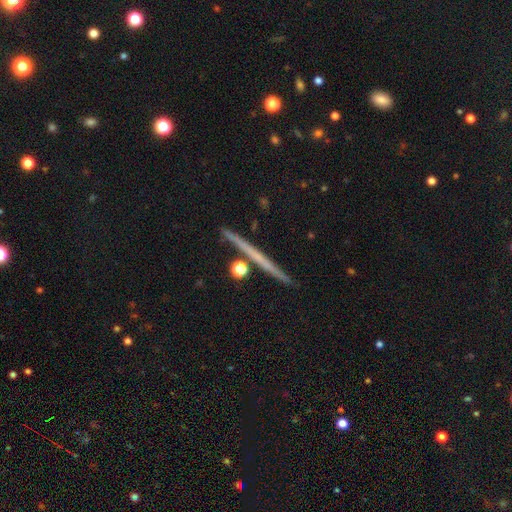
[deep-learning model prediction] This is likely a featured or disk galaxy (62%). It is clearly viewed edge-on (98%). Edge-on bulge: clearly none (81%). Merging: clearly none (90%).